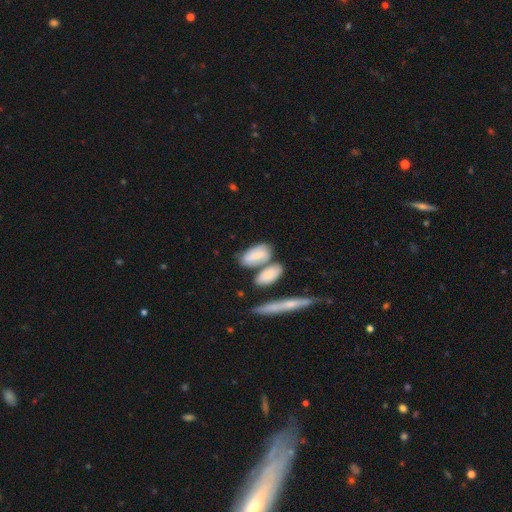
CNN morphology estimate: type=smooth (67%); roundness=in between (77%); merging=none (46%).